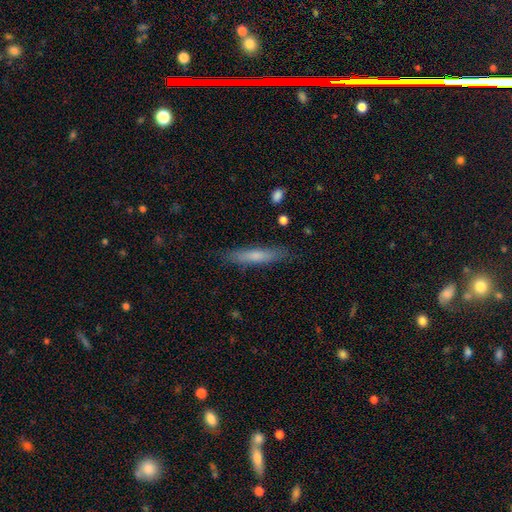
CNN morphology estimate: smooth 64%, featured or disk 30%, star or artifact 6%. Down the decision tree: how rounded — cigar-shaped (89%); merging — none (85%).